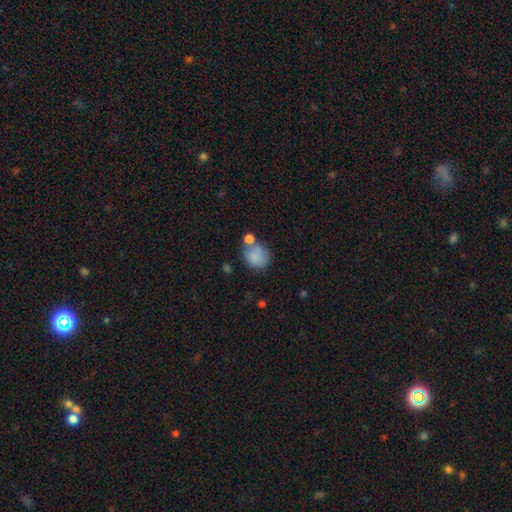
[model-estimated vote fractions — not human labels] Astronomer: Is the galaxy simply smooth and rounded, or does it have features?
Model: smooth — 81%.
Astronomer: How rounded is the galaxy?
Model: round — 73%.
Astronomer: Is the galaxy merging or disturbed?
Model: none — 50%.